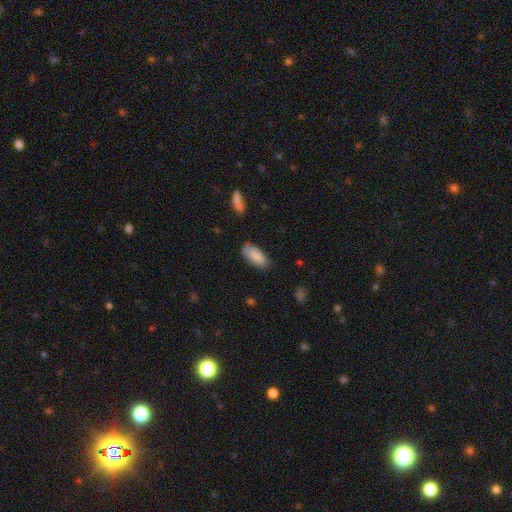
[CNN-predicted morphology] smooth_or_featured: smooth (p=0.88) [alt: star or artifact p=0.06]
how_rounded: in between (p=0.87) [alt: cigar-shaped p=0.12]
merging: none (p=0.76) [alt: minor disturbance p=0.18]